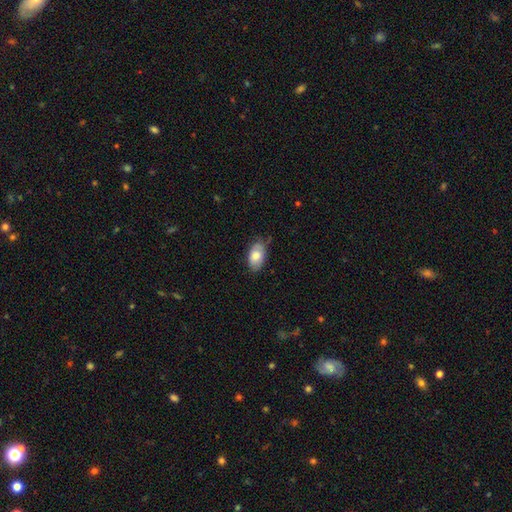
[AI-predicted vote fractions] This is likely a smooth galaxy (75%). How rounded: clearly in between (94%). Merging: likely none (72%).